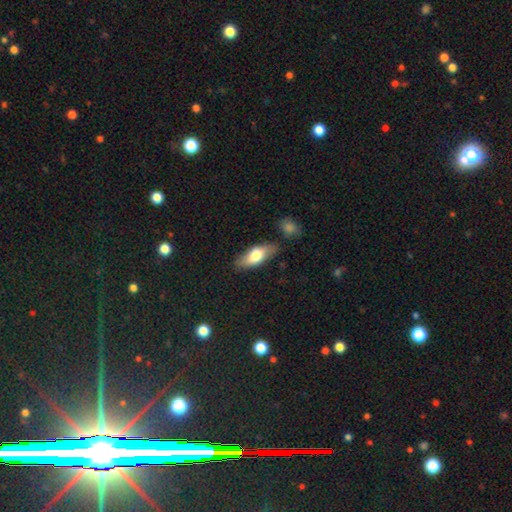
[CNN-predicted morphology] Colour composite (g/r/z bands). It shows a smooth galaxy with no disk features (67%) that is in between round and cigar-shaped (69%). Merging: none (78%).